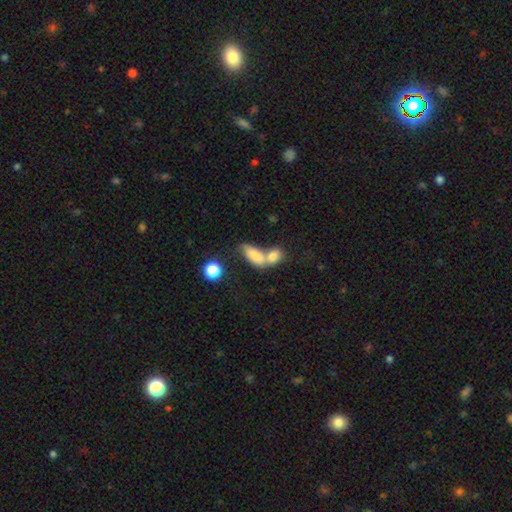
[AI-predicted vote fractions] smooth 79%, featured or disk 14%, star or artifact 8%. Down the decision tree: how rounded — in between (82%); merging — merger (66%).